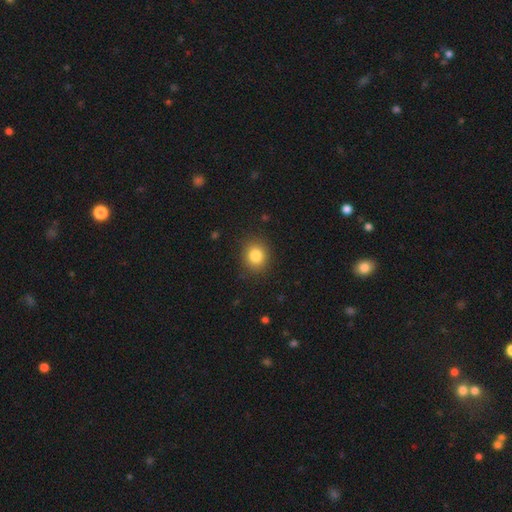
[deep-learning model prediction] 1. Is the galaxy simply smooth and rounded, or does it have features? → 83% smooth, 10% star or artifact, 6% featured or disk.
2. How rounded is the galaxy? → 77% round, 22% in between, 1% cigar-shaped.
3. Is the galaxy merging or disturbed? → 89% none, 8% minor disturbance, 3% major disturbance, 1% merger.